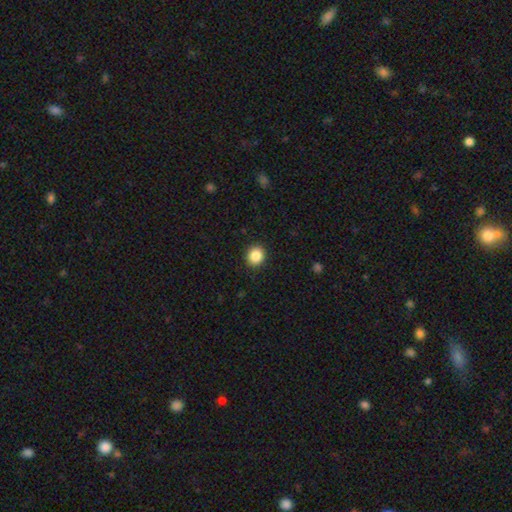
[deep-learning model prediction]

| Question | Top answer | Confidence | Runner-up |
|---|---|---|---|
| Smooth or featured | smooth | 86% | star or artifact (9%) |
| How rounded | round | 81% | in between (19%) |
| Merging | none | 92% | minor disturbance (6%) |